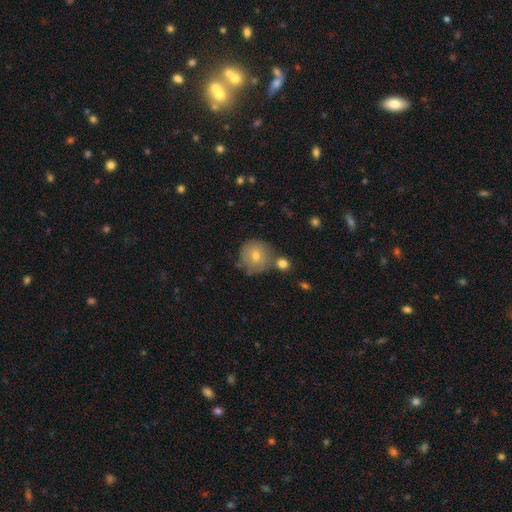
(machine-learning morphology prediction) The model was most divided on "smooth or featured": smooth: 63%, featured or disk: 26%, star or artifact: 11%. More confident: how rounded — round (92%); merging — none (68%).